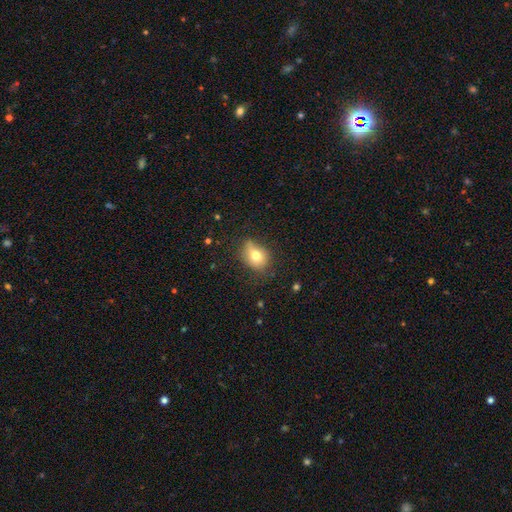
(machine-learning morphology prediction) smooth_or_featured: smooth (p=0.72) [alt: featured or disk p=0.17]
how_rounded: in between (p=0.56) [alt: round p=0.43]
merging: none (p=0.64) [alt: minor disturbance p=0.26]